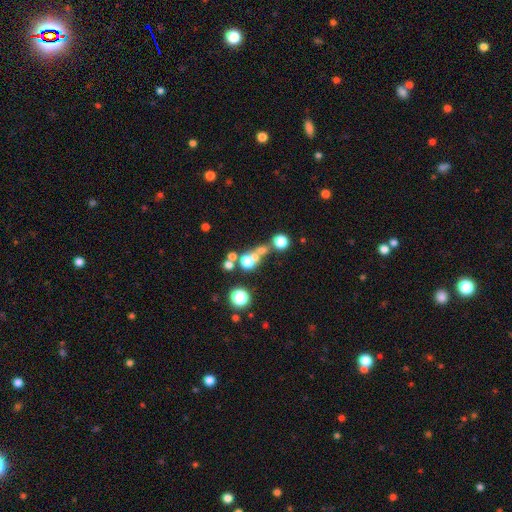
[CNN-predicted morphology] smooth-or-featured: smooth: 58% | star or artifact: 25% | featured or disk: 17%
  how-rounded: round: 85% | in between: 12% | cigar-shaped: 2%
  merging: none: 46% | merger: 41% | minor disturbance: 7% | major disturbance: 6%